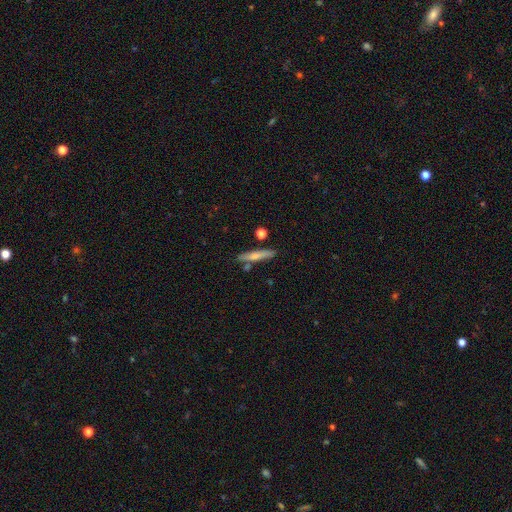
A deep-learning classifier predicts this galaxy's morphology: This appears to be a smooth galaxy with no disk features (66%) that is cigar-shaped (90%). Merging: none (78%).